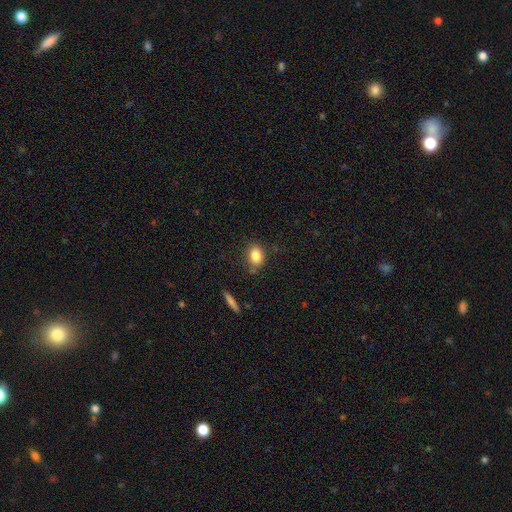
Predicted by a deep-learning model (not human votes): Overall: smooth (82%). How rounded: in between (62%; round 36%). Merging: none (77%).